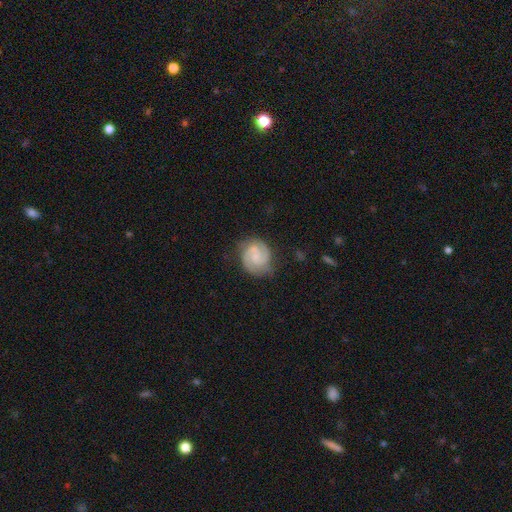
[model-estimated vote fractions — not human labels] Morphology: type=featured or disk (84%); edge-on=no (98%); bar=no (46%); spiral arms=yes (98%); winding=tight (49%); arm count=2 (91%); bulge=small (41%); merging=none (79%).